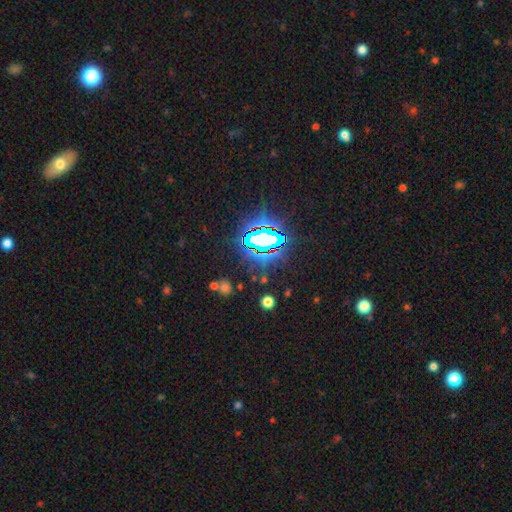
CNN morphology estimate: A star or artifact, not a galaxy (82%).

Vote fractions:
- Smooth or featured? star or artifact: 82% / smooth: 11% / featured or disk: 7%